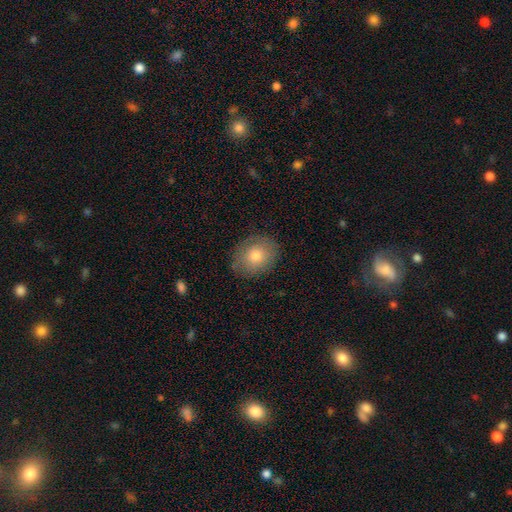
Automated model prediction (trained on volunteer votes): Morphology: type=smooth (75%); roundness=in between (52%); merging=none (83%).